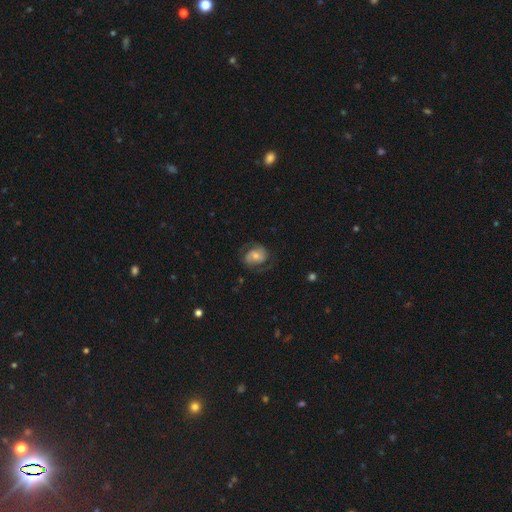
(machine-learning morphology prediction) Q: Smooth or featured?
A: featured or disk (69%); runner-up: smooth (24%)
Q: Edge-on disk?
A: no (97%); runner-up: yes (3%)
Q: Bar?
A: no (60%); runner-up: weak (30%)
Q: Spiral arms?
A: yes (90%); runner-up: no (10%)
Q: Spiral winding?
A: medium (47%); runner-up: tight (27%)
Q: Spiral arm count?
A: 2 (85%); runner-up: can't tell (7%)
Q: Bulge size?
A: moderate (51%); runner-up: small (40%)
Q: Merging?
A: none (68%); runner-up: minor disturbance (18%)